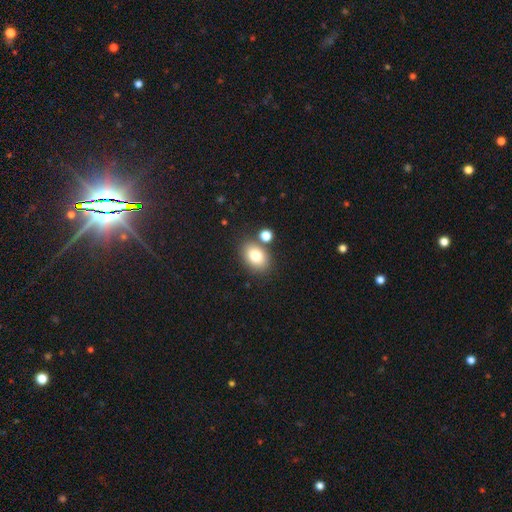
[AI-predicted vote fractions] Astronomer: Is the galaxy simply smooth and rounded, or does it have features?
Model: smooth — 79%.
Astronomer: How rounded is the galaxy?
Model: in between — 74%.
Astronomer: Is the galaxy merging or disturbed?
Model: none — 73%.